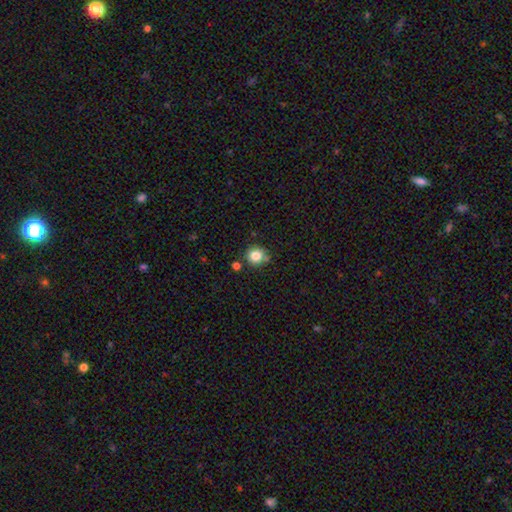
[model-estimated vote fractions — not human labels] Overall: smooth (83%). How rounded: round (91%). Merging: none (78%).